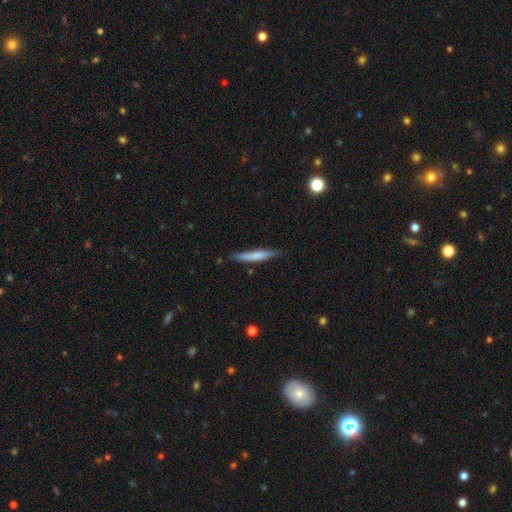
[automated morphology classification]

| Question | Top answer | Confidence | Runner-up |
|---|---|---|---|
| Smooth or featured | smooth | 64% | featured or disk (30%) |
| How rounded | cigar-shaped | 93% | in between (6%) |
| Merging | none | 81% | minor disturbance (15%) |